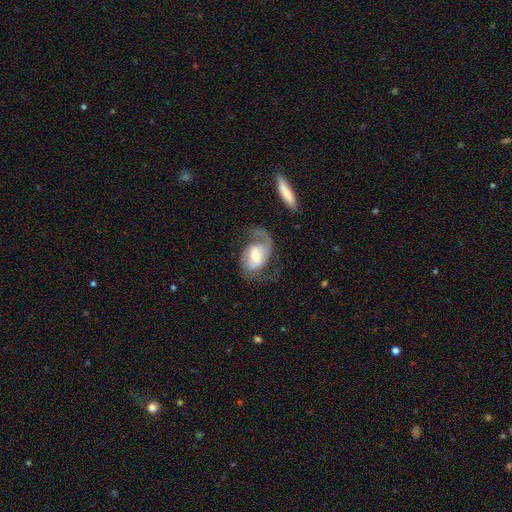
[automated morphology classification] smooth_or_featured: featured or disk (p=0.76) [alt: smooth p=0.18]
disk_edge_on: no (p=0.96) [alt: yes p=0.04]
bar: weak (p=0.41) [alt: no p=0.37]
has_spiral_arms: yes (p=0.92) [alt: no p=0.08]
spiral_winding: medium (p=0.43) [alt: loose p=0.40]
spiral_arm_count: 2 (p=0.71) [alt: 1 p=0.21]
bulge_size: moderate (p=0.62) [alt: small p=0.26]
merging: none (p=0.51) [alt: major disturbance p=0.27]